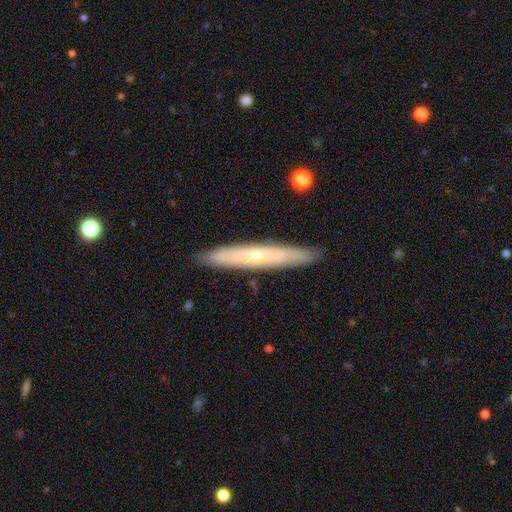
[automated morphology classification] type=featured or disk (56%); edge-on=yes (86%); merging=none (89%).